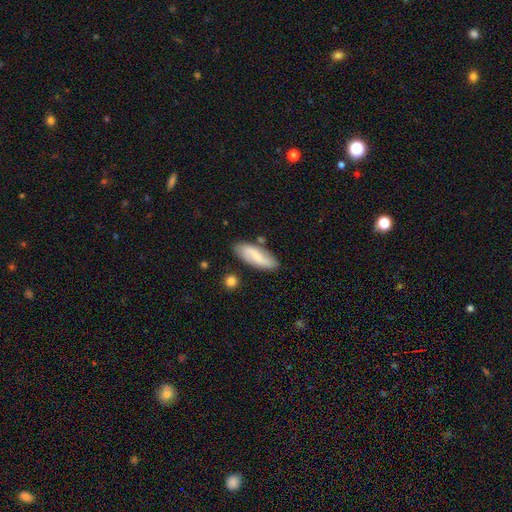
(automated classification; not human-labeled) Overall: smooth (53%; featured or disk 41%). How rounded: in between (65%; cigar-shaped 32%). Merging: none (79%).